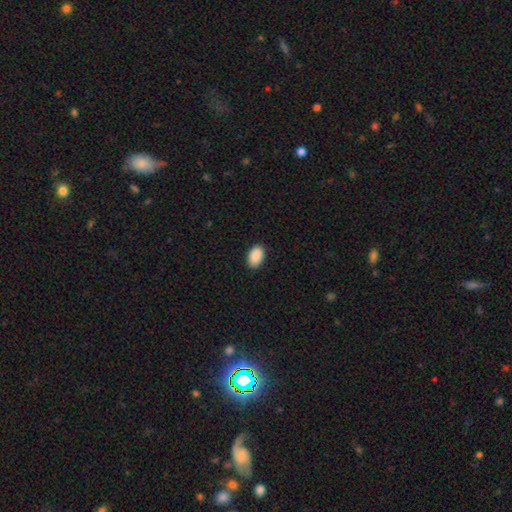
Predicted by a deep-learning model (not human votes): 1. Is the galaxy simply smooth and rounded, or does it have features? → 90% smooth, 7% star or artifact, 3% featured or disk.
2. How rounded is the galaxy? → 93% in between, 6% round, 1% cigar-shaped.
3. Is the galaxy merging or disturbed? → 89% none, 8% minor disturbance, 2% major disturbance, 1% merger.